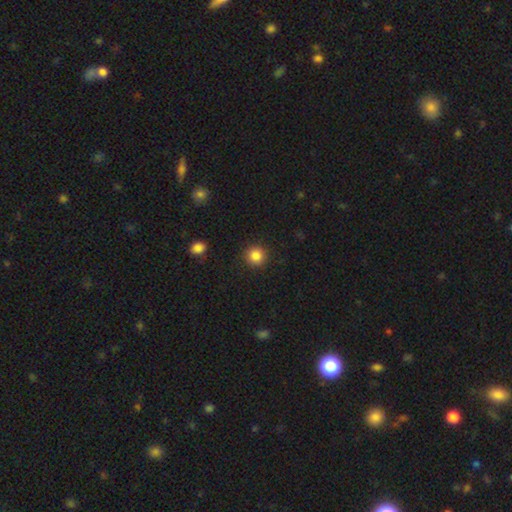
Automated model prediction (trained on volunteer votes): This is clearly a smooth galaxy (85%). How rounded: clearly round (94%). Merging: clearly none (91%).